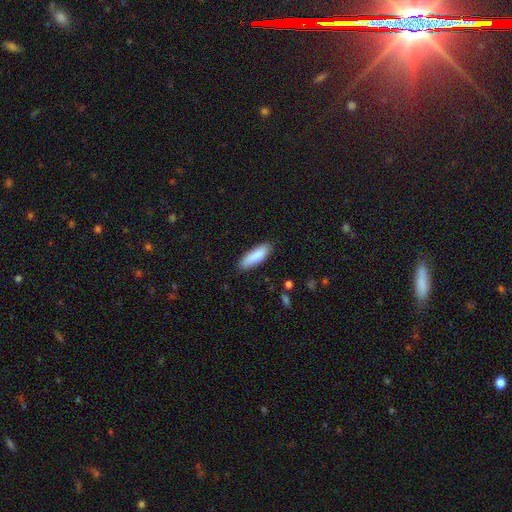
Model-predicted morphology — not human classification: A smooth galaxy with no disk features (88%) that is in between round and cigar-shaped (54%). Merging: none (85%).